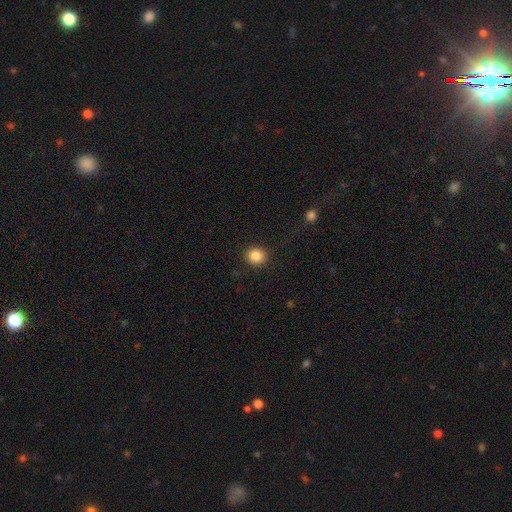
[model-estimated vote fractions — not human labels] A smooth galaxy with no disk features (86%) that is round (81%). Merging: none (89%).